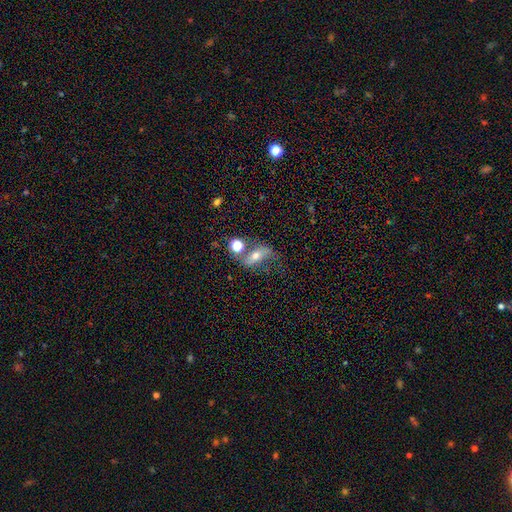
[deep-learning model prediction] A featured or disk galaxy (54%).

Vote fractions:
- Smooth or featured? featured or disk: 54% / smooth: 33% / star or artifact: 13%
- Edge-on disk? no: 85% / yes: 15%
- Merging? none: 46% / merger: 20% / minor disturbance: 18% / major disturbance: 16%